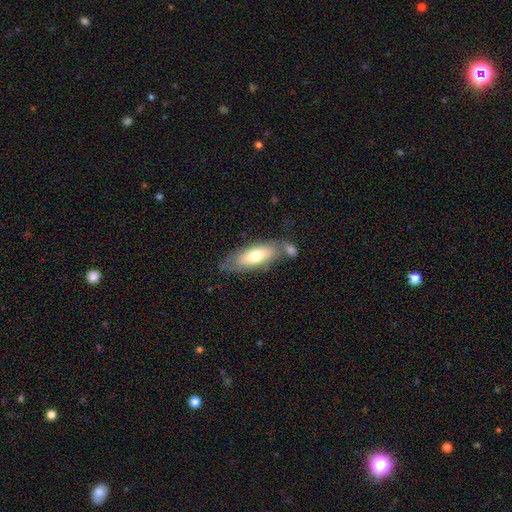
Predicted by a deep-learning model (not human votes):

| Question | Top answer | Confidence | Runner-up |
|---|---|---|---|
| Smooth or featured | smooth | 64% | featured or disk (30%) |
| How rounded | in between | 70% | cigar-shaped (28%) |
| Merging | none | 51% | merger (23%) |